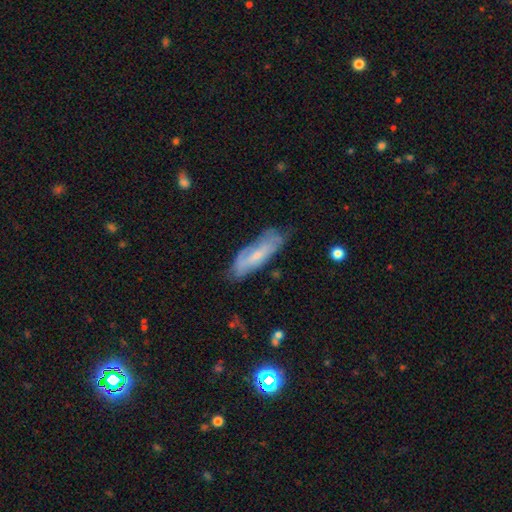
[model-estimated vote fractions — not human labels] Smooth or featured? Predicted: featured or disk (p=0.51). Edge-on disk? Predicted: no (p=0.73). Merging? Predicted: none (p=0.60).